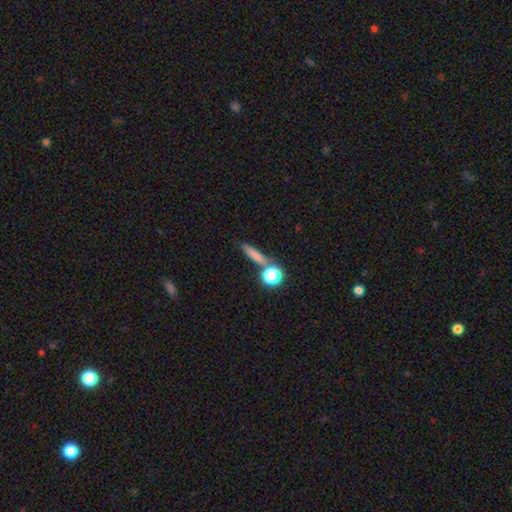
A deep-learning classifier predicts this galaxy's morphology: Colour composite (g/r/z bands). It shows a smooth galaxy with no disk features (70%) that is cigar-shaped (68%). Merging: none (73%).